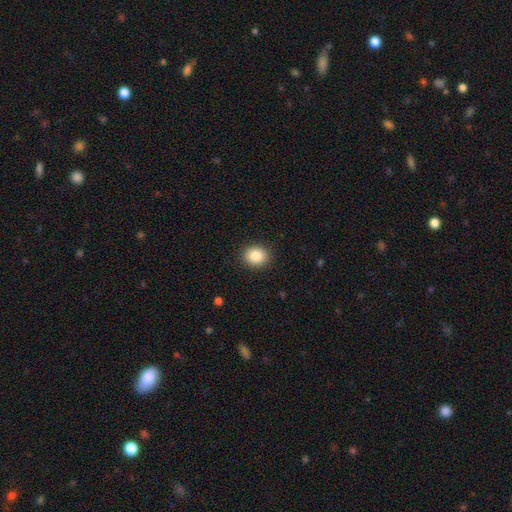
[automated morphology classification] smooth-or-featured: smooth: 86% | star or artifact: 9% | featured or disk: 5%
  how-rounded: round: 68% | in between: 31% | cigar-shaped: 1%
  merging: none: 90% | minor disturbance: 7% | major disturbance: 2% | merger: 1%